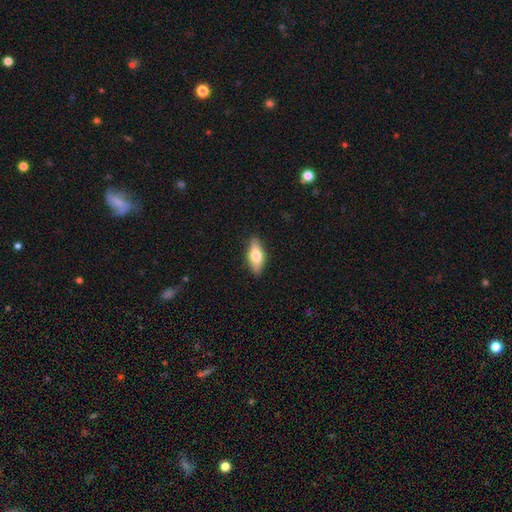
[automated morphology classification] Smooth or featured: smooth — 69% (featured or disk — 25%)
How rounded: in between — 76% (cigar-shaped — 21%)
Merging: none — 87% (minor disturbance — 10%)